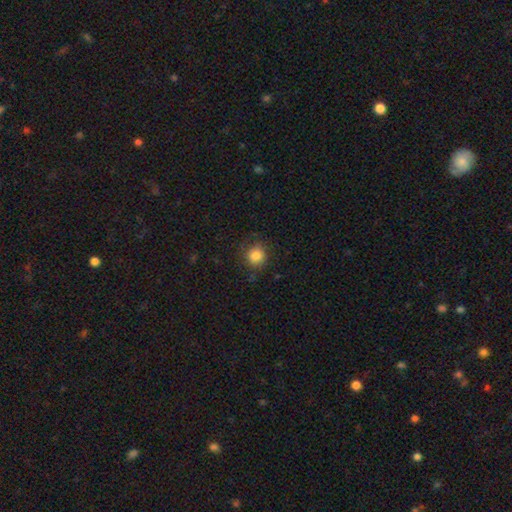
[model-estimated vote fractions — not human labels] Morphology: type=smooth (84%); roundness=round (88%); merging=none (81%).